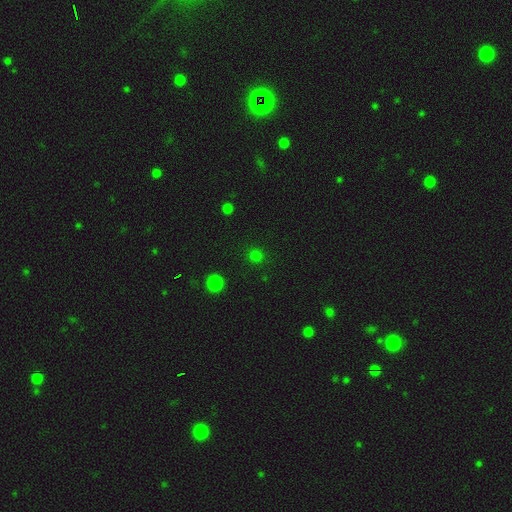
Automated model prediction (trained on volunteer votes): Smooth or featured? smooth (74%)
How rounded? round (92%)
Merging? none (90%)